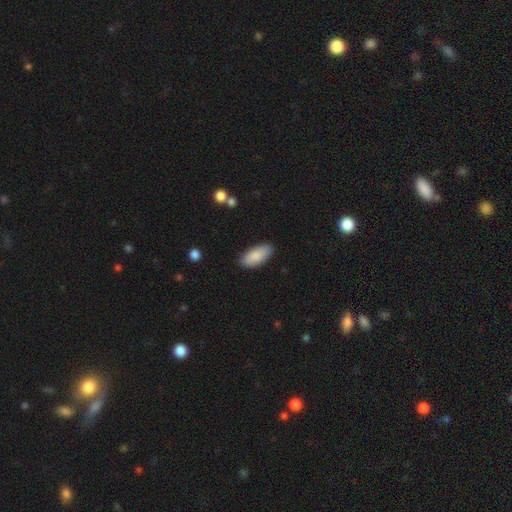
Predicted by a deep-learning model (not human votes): Smooth or featured?
  - smooth: 86% *
  - featured or disk: 8%
  - star or artifact: 6%
How rounded?
  - in between: 90% *
  - cigar-shaped: 8%
  - round: 2%
Merging?
  - none: 85% *
  - minor disturbance: 12%
  - major disturbance: 2%
  - merger: 1%